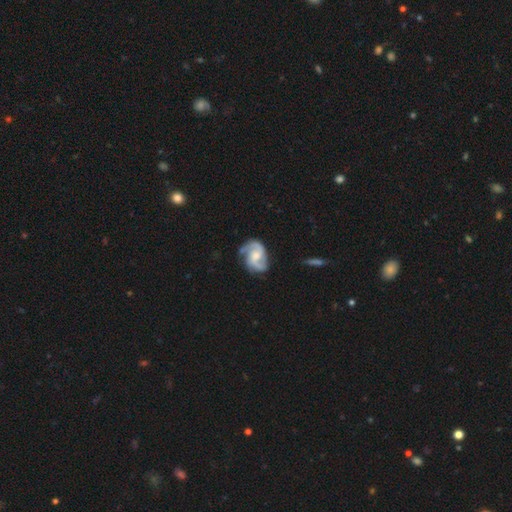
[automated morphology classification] Q: Smooth or featured?
A: featured or disk (88%); runner-up: smooth (8%)
Q: Edge-on disk?
A: no (98%); runner-up: yes (2%)
Q: Bar?
A: no (50%); runner-up: weak (41%)
Q: Spiral arms?
A: yes (97%); runner-up: no (3%)
Q: Spiral winding?
A: medium (53%); runner-up: loose (23%)
Q: Spiral arm count?
A: 2 (84%); runner-up: 3 (7%)
Q: Bulge size?
A: moderate (50%); runner-up: small (32%)
Q: Merging?
A: none (68%); runner-up: minor disturbance (21%)